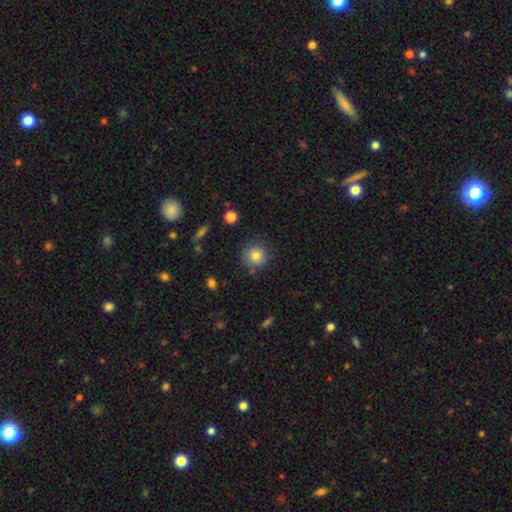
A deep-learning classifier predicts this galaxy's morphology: The model was most divided on "merging": none: 81%, minor disturbance: 12%, merger: 4%, major disturbance: 3%. More confident: how rounded — round (92%); smooth or featured — smooth (81%).